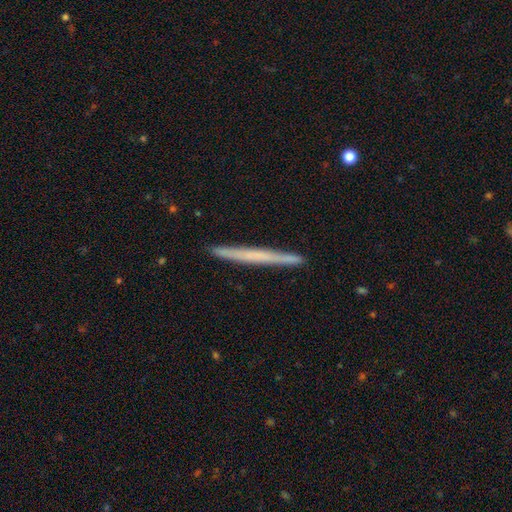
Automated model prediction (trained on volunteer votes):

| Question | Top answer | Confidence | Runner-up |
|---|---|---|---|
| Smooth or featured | smooth | 48% | featured or disk (46%) |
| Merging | none | 92% | minor disturbance (6%) |